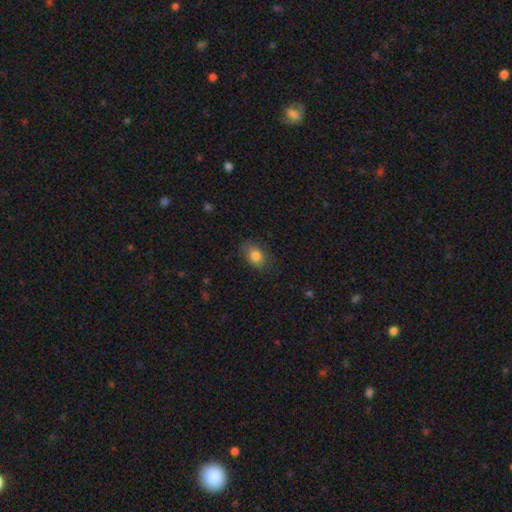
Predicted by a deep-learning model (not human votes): The model was most divided on "how rounded": in between: 79%, round: 20%, cigar-shaped: 2%. More confident: smooth or featured — smooth (82%); merging — none (78%).